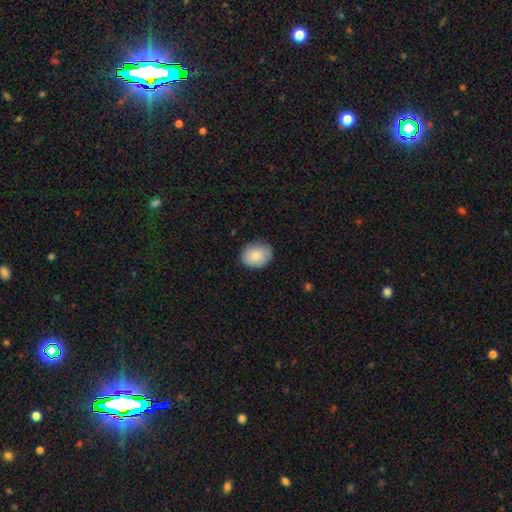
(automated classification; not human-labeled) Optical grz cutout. It shows a smooth galaxy with no disk features (84%) that is round (51%). Merging: none (82%).